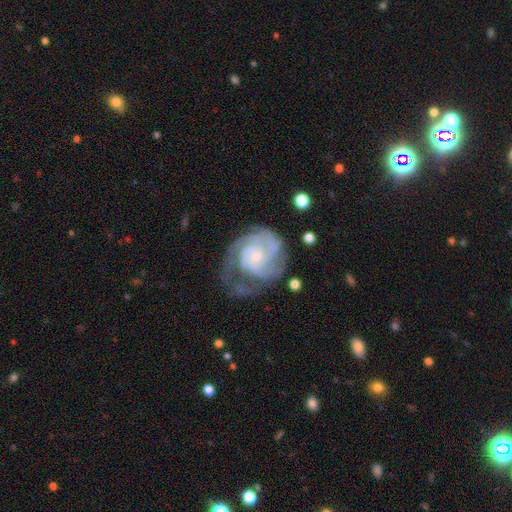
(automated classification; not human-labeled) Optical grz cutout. It shows a featured or disk galaxy (88%) with no bar (71%), 3 (35%) tight (64%) spiral arms (97%) and a small central bulge (66%). Merging: none (55%).